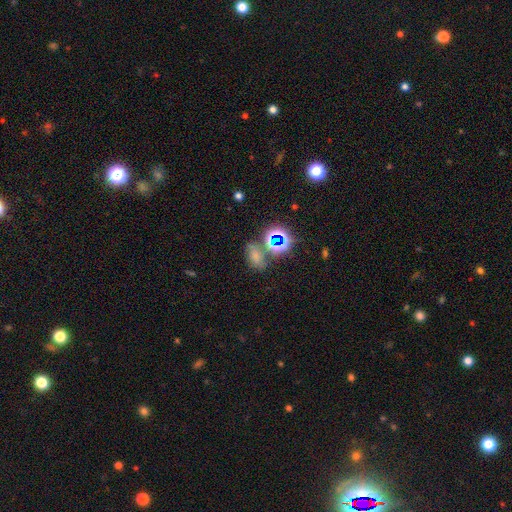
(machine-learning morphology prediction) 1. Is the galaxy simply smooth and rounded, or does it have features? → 53% smooth, 34% star or artifact, 13% featured or disk.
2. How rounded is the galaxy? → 79% in between, 18% round, 3% cigar-shaped.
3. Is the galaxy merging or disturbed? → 54% none, 18% merger, 18% minor disturbance, 9% major disturbance.